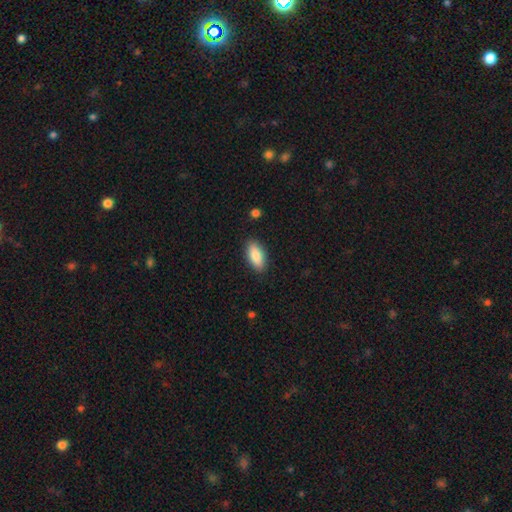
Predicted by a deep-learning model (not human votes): Overall: smooth (87%). How rounded: in between (86%). Merging: none (87%).